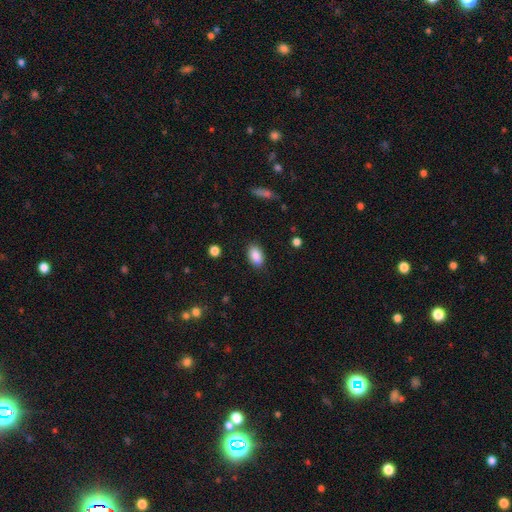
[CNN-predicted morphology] smooth_or_featured: smooth (p=0.88) [alt: star or artifact p=0.07]
how_rounded: in between (p=0.91) [alt: round p=0.07]
merging: none (p=0.86) [alt: minor disturbance p=0.10]